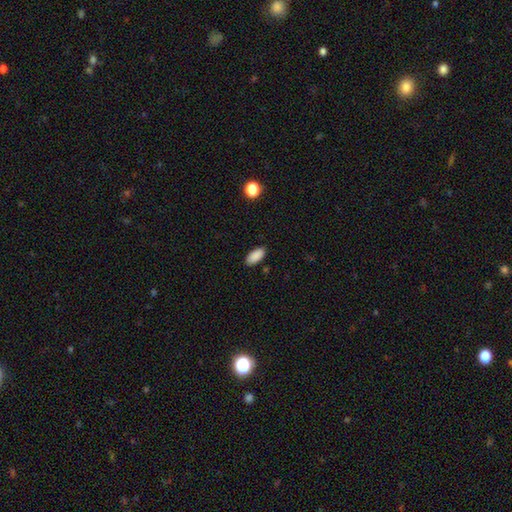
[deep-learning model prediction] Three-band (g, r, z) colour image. It shows a smooth galaxy with no disk features (89%) that is in between round and cigar-shaped (90%). Merging: none (88%).